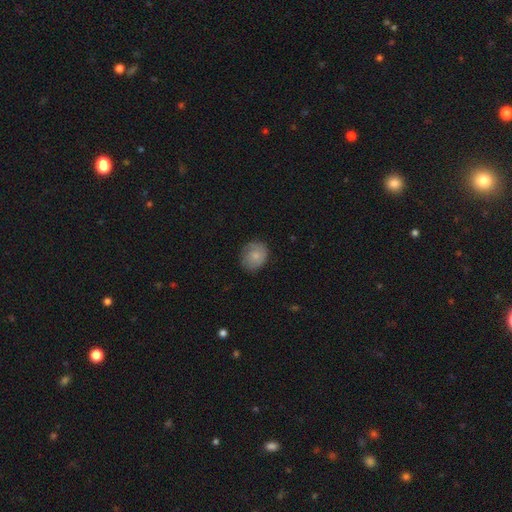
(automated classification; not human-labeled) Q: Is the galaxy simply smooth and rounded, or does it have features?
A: smooth — 67%.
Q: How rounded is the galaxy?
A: round — 66%.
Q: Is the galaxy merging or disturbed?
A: none — 72%.